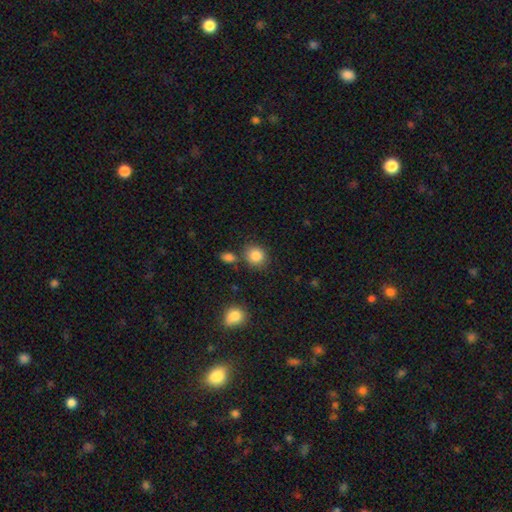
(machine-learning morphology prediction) smooth_or_featured: smooth (p=0.85) [alt: star or artifact p=0.10]
how_rounded: round (p=0.78) [alt: in between p=0.21]
merging: none (p=0.77) [alt: minor disturbance p=0.11]